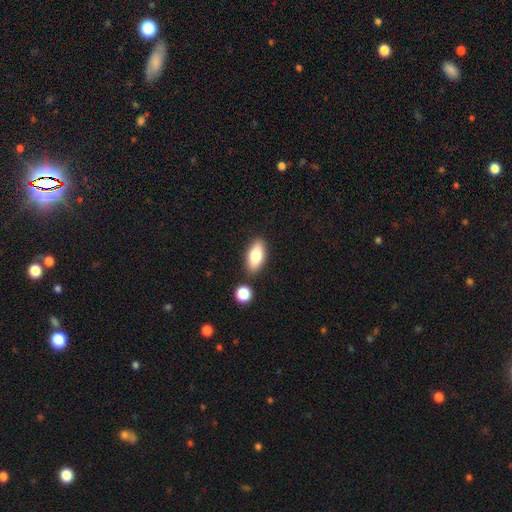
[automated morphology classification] The model was most divided on "smooth or featured": smooth: 78%, featured or disk: 15%, star or artifact: 7%. More confident: how rounded — in between (85%); merging — none (83%).